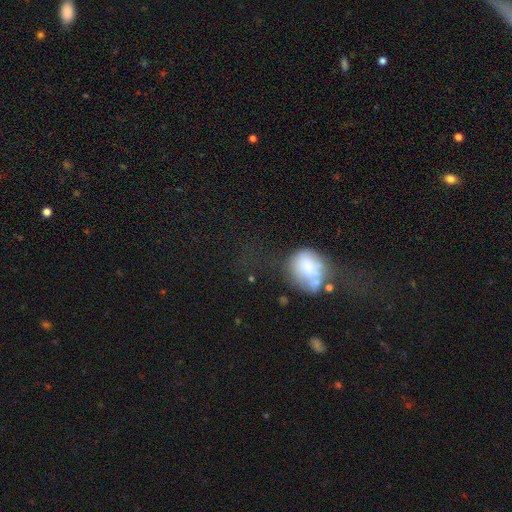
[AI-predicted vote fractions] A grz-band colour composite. It shows a smooth galaxy with no disk features (45%). Merging: none (41%).